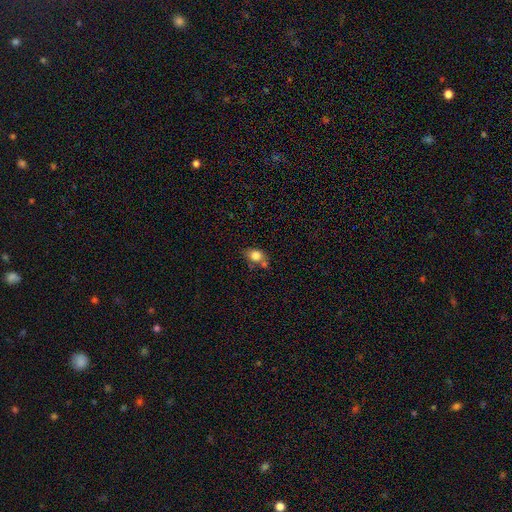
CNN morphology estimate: smooth 81%, star or artifact 10%, featured or disk 9%. Down the decision tree: how rounded — in between (57%); merging — none (52%).